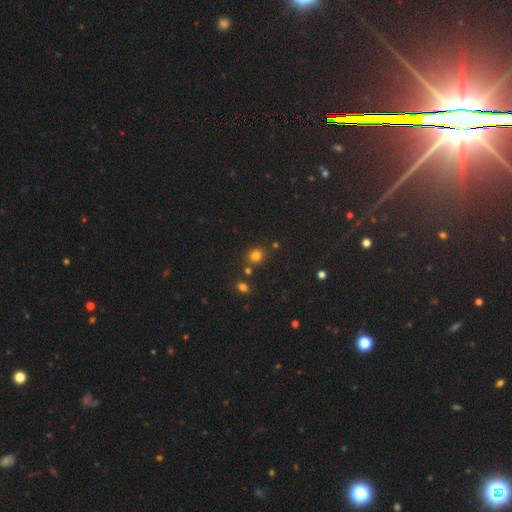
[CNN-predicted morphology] Smooth or featured? smooth (79%)
How rounded? round (76%)
Merging? none (78%)